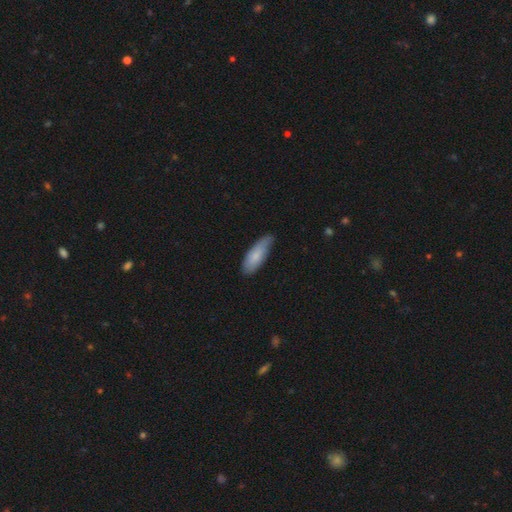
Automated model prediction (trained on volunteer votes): smooth_or_featured: smooth (p=0.78) [alt: featured or disk p=0.17]
how_rounded: in between (p=0.65) [alt: cigar-shaped p=0.33]
merging: none (p=0.63) [alt: minor disturbance p=0.31]